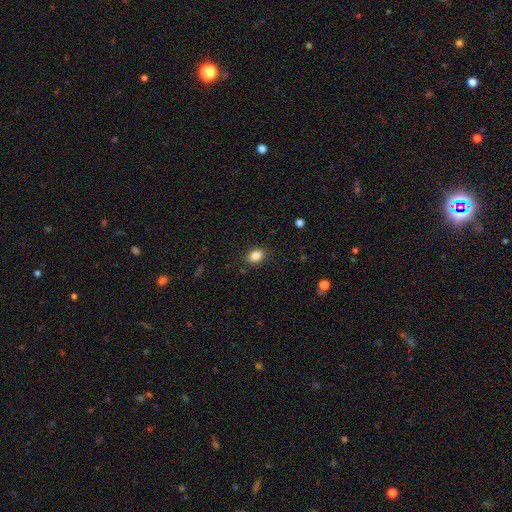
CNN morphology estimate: Smooth or featured? smooth (85%)
How rounded? in between (72%)
Merging? none (86%)